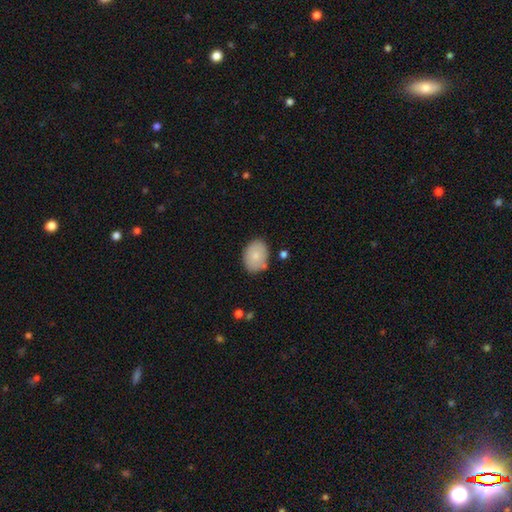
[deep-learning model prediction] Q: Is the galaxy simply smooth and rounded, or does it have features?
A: smooth — 80%.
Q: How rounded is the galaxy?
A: in between — 68%.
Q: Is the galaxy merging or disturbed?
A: none — 77%.